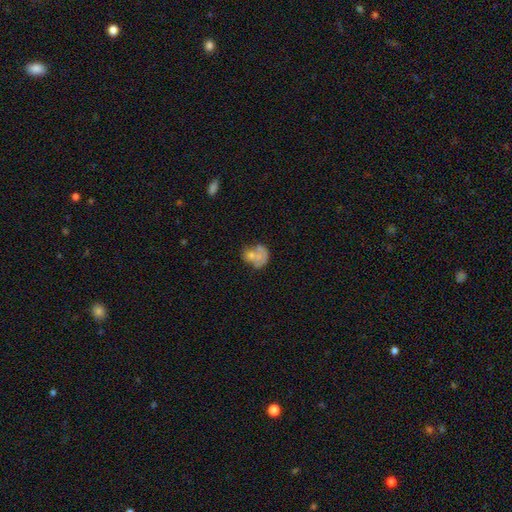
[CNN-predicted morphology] smooth-or-featured: smooth: 52% | featured or disk: 38% | star or artifact: 10%
  how-rounded: round: 60% | in between: 39% | cigar-shaped: 1%
  merging: none: 33% | merger: 29% | minor disturbance: 20% | major disturbance: 18%